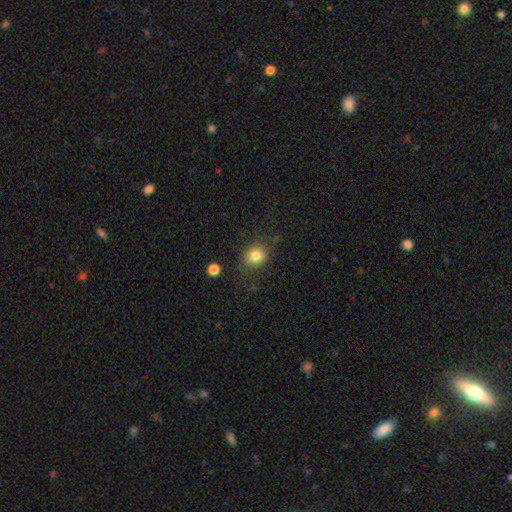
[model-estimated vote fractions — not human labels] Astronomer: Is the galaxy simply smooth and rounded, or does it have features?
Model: smooth — 81%.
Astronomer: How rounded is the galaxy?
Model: round — 76%.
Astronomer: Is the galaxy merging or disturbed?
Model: none — 80%.